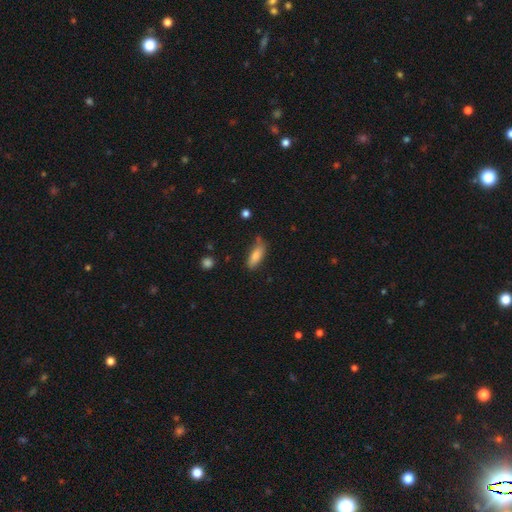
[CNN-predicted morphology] This is clearly a smooth galaxy (83%). How rounded: likely in between (67%). Merging: likely none (68%).